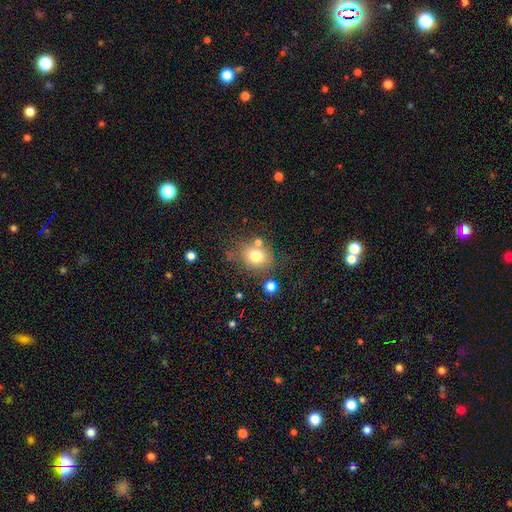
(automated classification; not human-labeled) Smooth or featured? smooth (75%)
How rounded? round (71%)
Merging? none (68%)